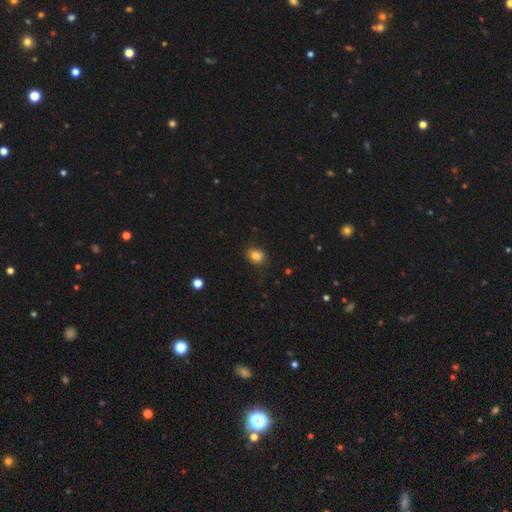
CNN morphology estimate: smooth_or_featured: smooth (p=0.82) [alt: star or artifact p=0.11]
how_rounded: in between (p=0.53) [alt: round p=0.46]
merging: none (p=0.79) [alt: minor disturbance p=0.16]